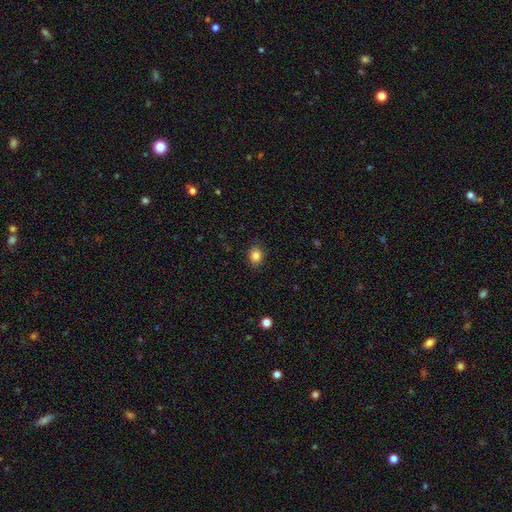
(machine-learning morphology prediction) A smooth galaxy with no disk features (86%) that is round (50%).

Vote fractions:
- Smooth or featured? smooth: 86% / star or artifact: 10% / featured or disk: 4%
- How rounded? round: 50% / in between: 49% / cigar-shaped: 1%
- Merging? none: 87% / minor disturbance: 9% / major disturbance: 3% / merger: 1%